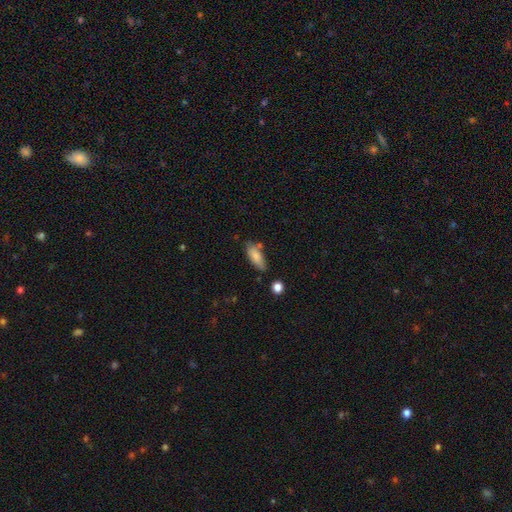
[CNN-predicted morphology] type=smooth (82%); roundness=in between (68%); merging=none (69%).